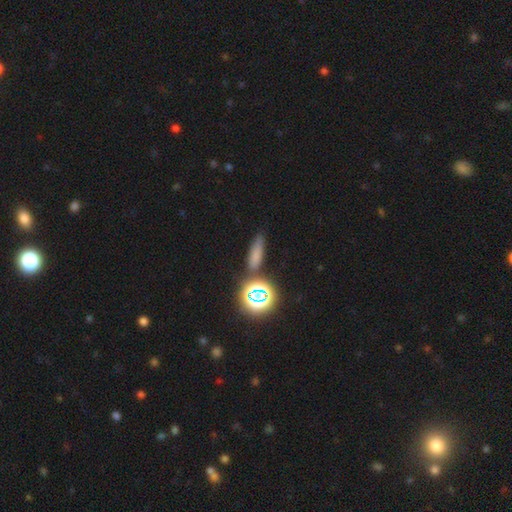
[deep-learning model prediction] Q: Smooth or featured?
A: smooth (65%); runner-up: star or artifact (24%)
Q: How rounded?
A: cigar-shaped (49%); runner-up: in between (40%)
Q: Merging?
A: none (75%); runner-up: minor disturbance (13%)